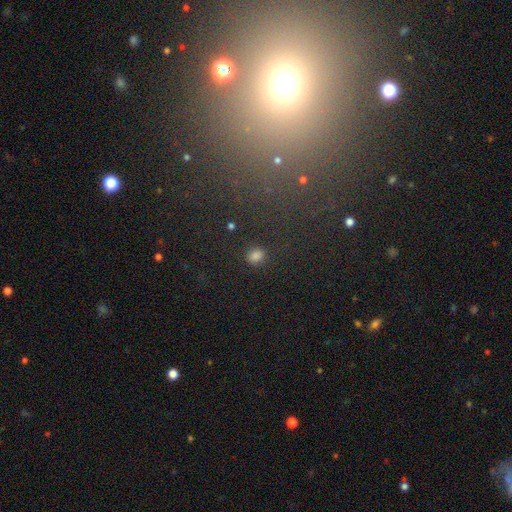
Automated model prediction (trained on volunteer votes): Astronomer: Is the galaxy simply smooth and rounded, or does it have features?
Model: smooth — 78%.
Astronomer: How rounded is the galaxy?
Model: round — 73%.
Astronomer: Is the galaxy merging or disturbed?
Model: none — 87%.